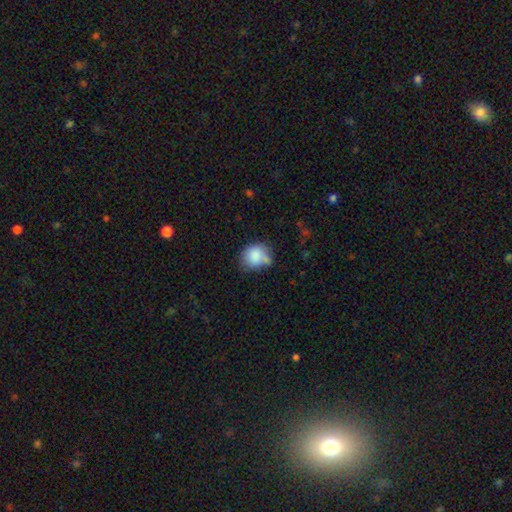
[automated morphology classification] Smooth or featured? smooth (83%)
How rounded? round (65%)
Merging? none (47%)